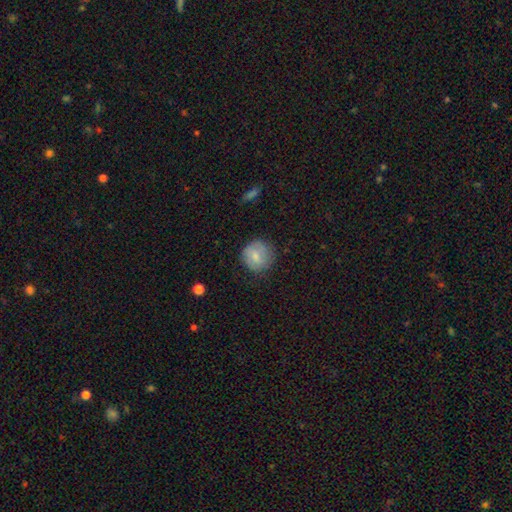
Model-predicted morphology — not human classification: This appears to be a smooth galaxy with no disk features (75%) that is round (89%). Merging: none (74%).